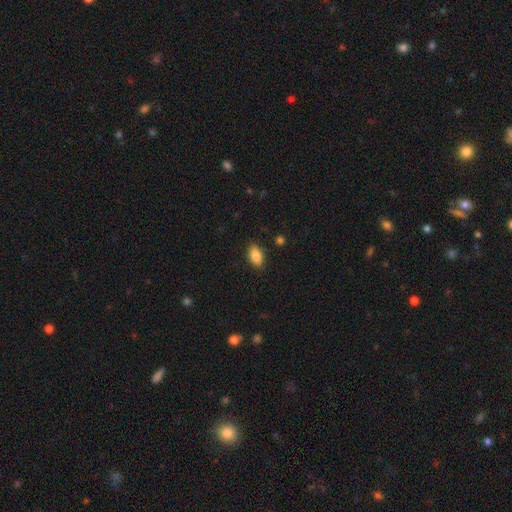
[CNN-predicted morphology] Smooth or featured? Predicted: smooth (p=0.84). How rounded? Predicted: in between (p=0.88). Merging? Predicted: none (p=0.87).